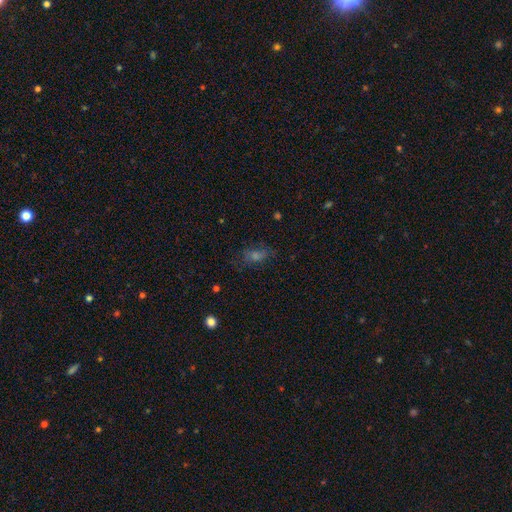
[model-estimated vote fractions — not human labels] This is possibly a smooth galaxy (47%). Merging: likely none (67%).